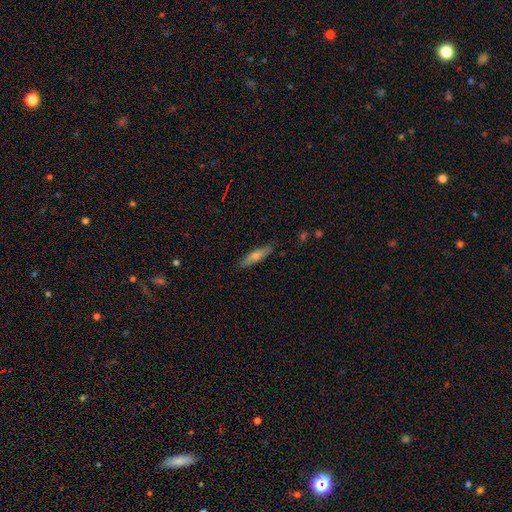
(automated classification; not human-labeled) The model was most divided on "smooth or featured": smooth: 58%, featured or disk: 36%, star or artifact: 7%. More confident: merging — none (87%); how rounded — cigar-shaped (83%).